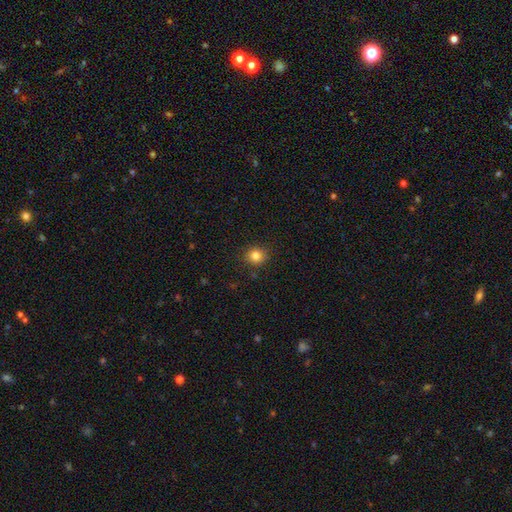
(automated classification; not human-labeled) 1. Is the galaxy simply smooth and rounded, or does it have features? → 84% smooth, 11% star or artifact, 5% featured or disk.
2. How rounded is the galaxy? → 87% round, 12% in between, 1% cigar-shaped.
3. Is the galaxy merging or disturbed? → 88% none, 8% minor disturbance, 2% major disturbance, 1% merger.